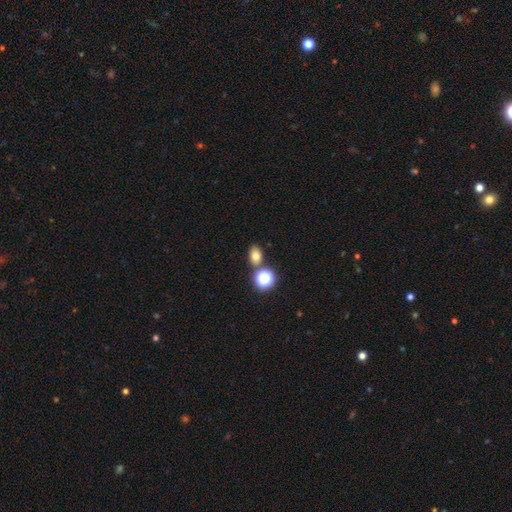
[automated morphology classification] Smooth or featured? Predicted: smooth (p=0.74). How rounded? Predicted: in between (p=0.67). Merging? Predicted: none (p=0.75).